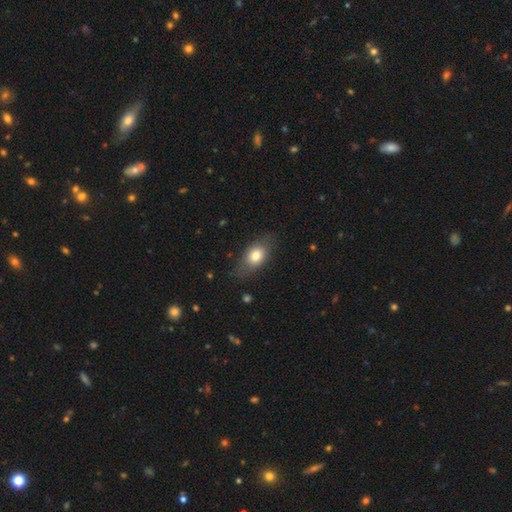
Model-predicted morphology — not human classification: A smooth galaxy with no disk features (76%) that is in between round and cigar-shaped (79%).

Vote fractions:
- Smooth or featured? smooth: 76% / featured or disk: 16% / star or artifact: 8%
- How rounded? in between: 79% / round: 16% / cigar-shaped: 5%
- Merging? none: 74% / minor disturbance: 19% / major disturbance: 6% / merger: 1%